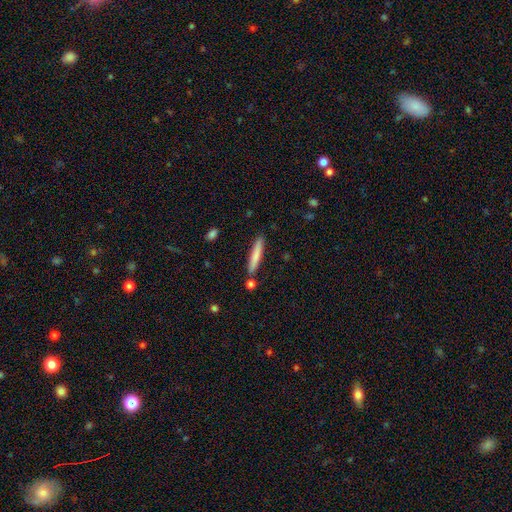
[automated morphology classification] A smooth galaxy with no disk features (75%) that is cigar-shaped (94%). Merging: none (85%).